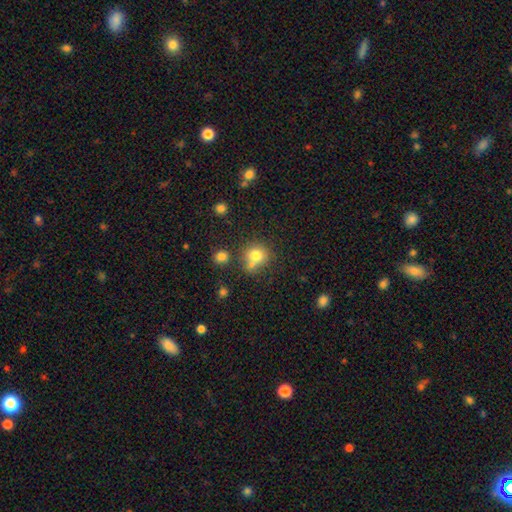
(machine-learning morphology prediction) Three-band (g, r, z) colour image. It shows a smooth galaxy with no disk features (77%) that is round (84%). Merging: none (57%).